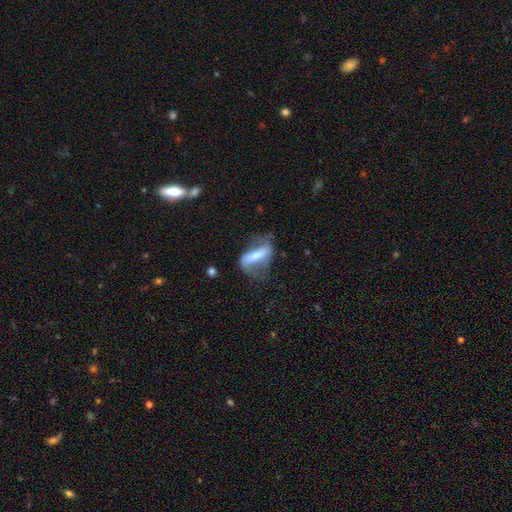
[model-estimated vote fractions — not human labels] Q: Smooth or featured?
A: featured or disk (63%); runner-up: smooth (30%)
Q: Edge-on disk?
A: no (83%); runner-up: yes (17%)
Q: Bar?
A: strong (62%); runner-up: weak (23%)
Q: Spiral arms?
A: yes (68%); runner-up: no (32%)
Q: Bulge size?
A: moderate (46%); runner-up: small (31%)
Q: Merging?
A: none (48%); runner-up: minor disturbance (26%)